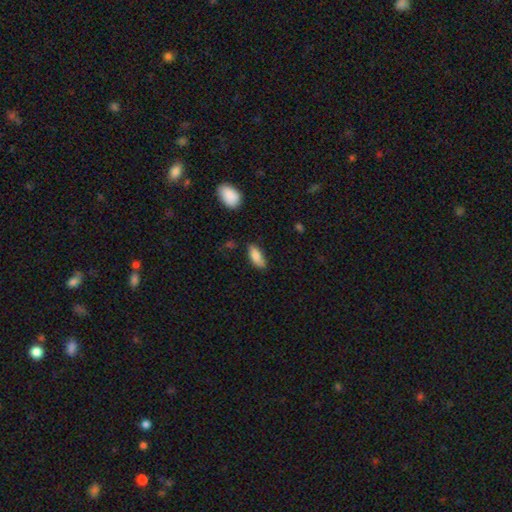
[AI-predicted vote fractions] A smooth galaxy with no disk features (84%) that is in between round and cigar-shaped (82%).

Vote fractions:
- Smooth or featured? smooth: 84% / featured or disk: 9% / star or artifact: 7%
- How rounded? in between: 82% / cigar-shaped: 16% / round: 2%
- Merging? none: 72% / minor disturbance: 22% / major disturbance: 4% / merger: 2%